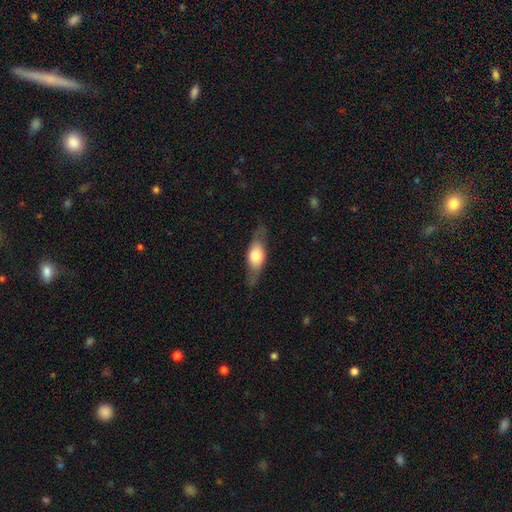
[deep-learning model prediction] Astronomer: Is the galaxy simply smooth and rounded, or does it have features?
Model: smooth — 48% (runner-up: featured or disk, 46%).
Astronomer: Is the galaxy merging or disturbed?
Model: none — 77%.